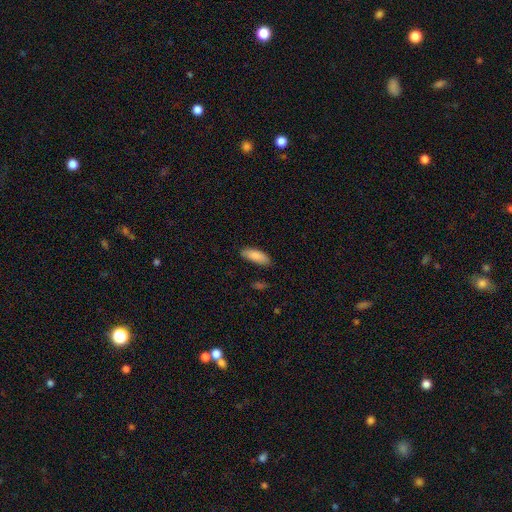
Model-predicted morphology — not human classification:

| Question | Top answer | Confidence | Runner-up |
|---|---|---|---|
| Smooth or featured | smooth | 87% | featured or disk (7%) |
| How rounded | in between | 69% | cigar-shaped (29%) |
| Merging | none | 82% | minor disturbance (14%) |